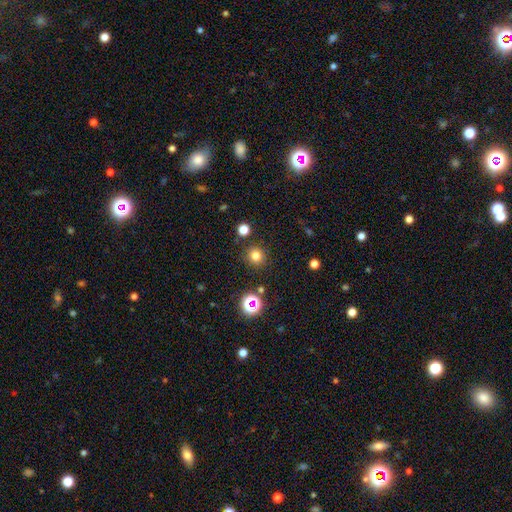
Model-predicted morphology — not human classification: Overall: smooth (77%). How rounded: round (94%). Merging: none (89%).